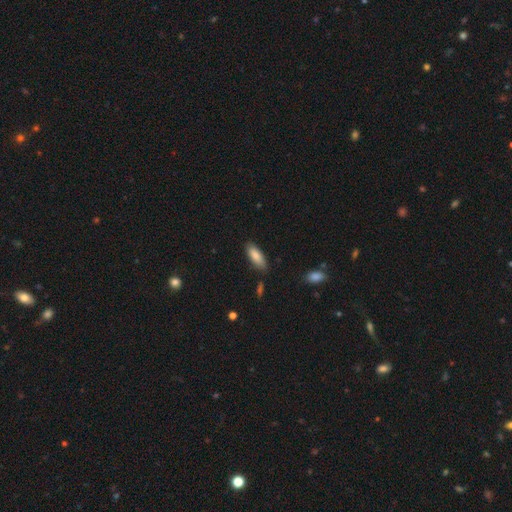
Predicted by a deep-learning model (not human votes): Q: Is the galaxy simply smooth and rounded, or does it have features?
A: smooth — 85%.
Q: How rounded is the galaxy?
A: in between — 72%.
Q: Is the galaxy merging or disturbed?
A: none — 83%.